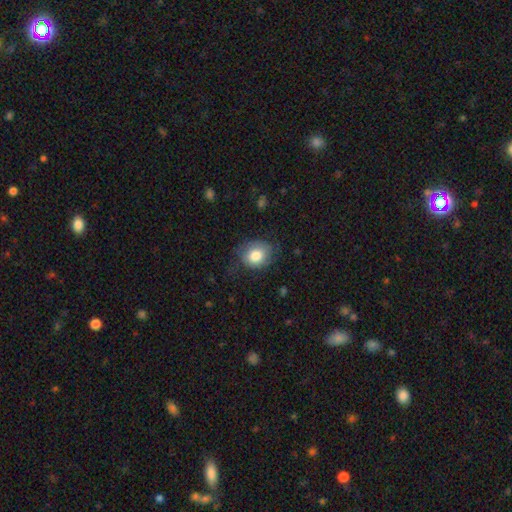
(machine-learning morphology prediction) smooth-or-featured: smooth: 76% | featured or disk: 16% | star or artifact: 7%
  how-rounded: round: 52% | in between: 47% | cigar-shaped: 1%
  merging: none: 63% | minor disturbance: 25% | major disturbance: 11% | merger: 1%